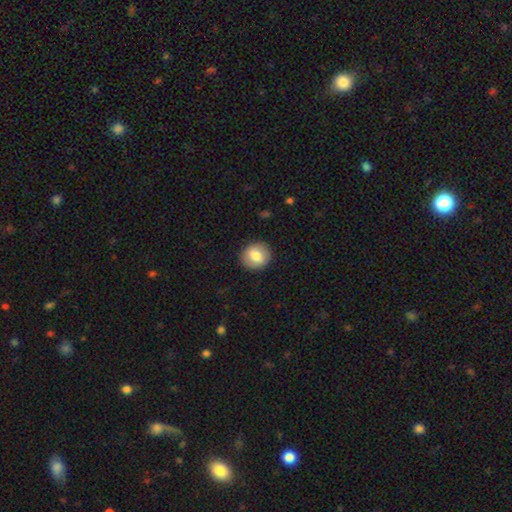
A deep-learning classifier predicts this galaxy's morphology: Smooth or featured: smooth — 77% (featured or disk — 16%)
How rounded: round — 81% (in between — 18%)
Merging: none — 90% (minor disturbance — 7%)